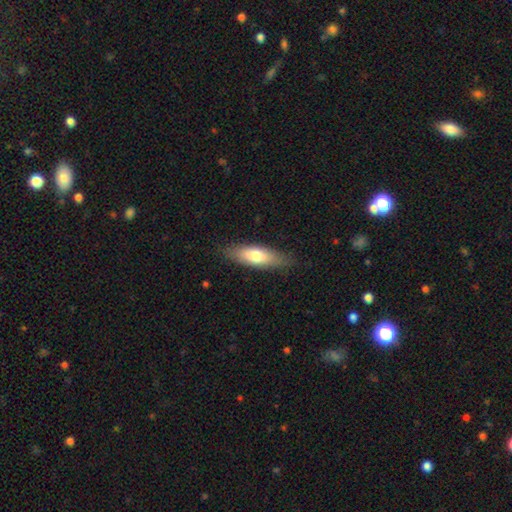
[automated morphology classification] Smooth or featured: smooth — 71% (featured or disk — 24%)
How rounded: in between — 54% (cigar-shaped — 44%)
Merging: none — 83% (minor disturbance — 13%)